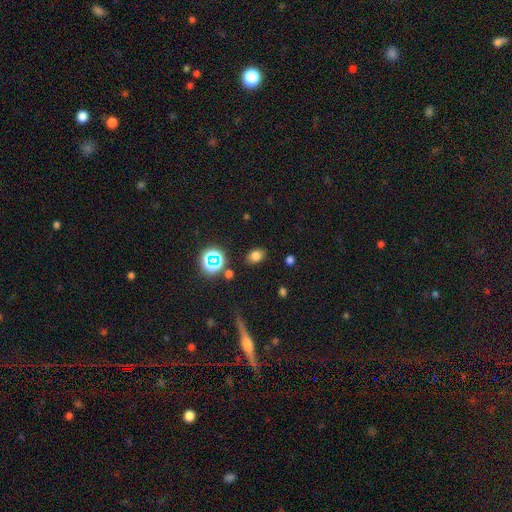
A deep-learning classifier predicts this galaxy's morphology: Q: Smooth or featured?
A: smooth (74%); runner-up: star or artifact (19%)
Q: How rounded?
A: in between (73%); runner-up: round (26%)
Q: Merging?
A: none (84%); runner-up: minor disturbance (10%)